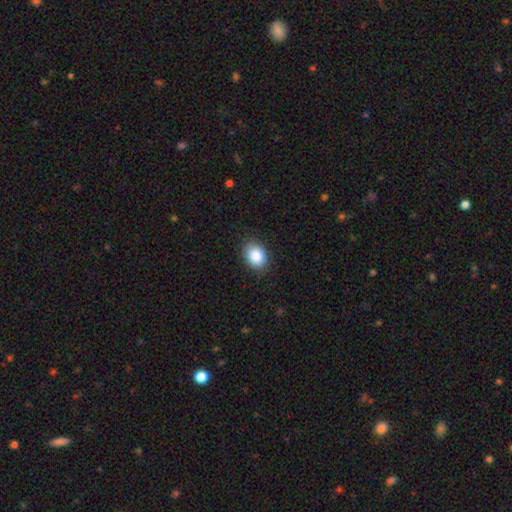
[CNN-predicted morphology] smooth-or-featured: smooth: 88% | star or artifact: 8% | featured or disk: 5%
  how-rounded: in between: 65% | round: 34% | cigar-shaped: 1%
  merging: none: 87% | minor disturbance: 10% | major disturbance: 2% | merger: 1%